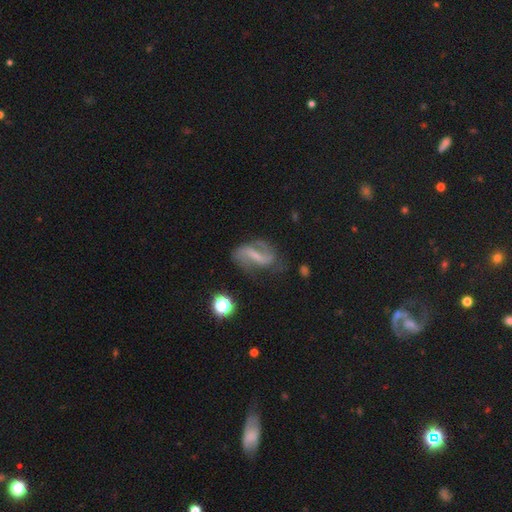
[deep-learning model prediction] Smooth or featured? Predicted: featured or disk (p=0.73). Edge-on disk? Predicted: no (p=0.94). Bar? Predicted: strong (p=0.47). Spiral arms? Predicted: yes (p=0.87). Spiral winding? Predicted: loose (p=0.51). Spiral arm count? Predicted: 2 (p=0.79). Bulge size? Predicted: small (p=0.40). Merging? Predicted: none (p=0.56).